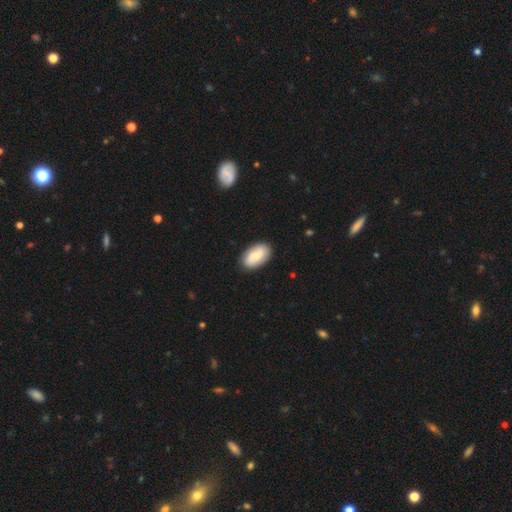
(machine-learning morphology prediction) smooth_or_featured: smooth (p=0.61) [alt: featured or disk p=0.33]
how_rounded: in between (p=0.93) [alt: round p=0.05]
merging: none (p=0.87) [alt: minor disturbance p=0.10]